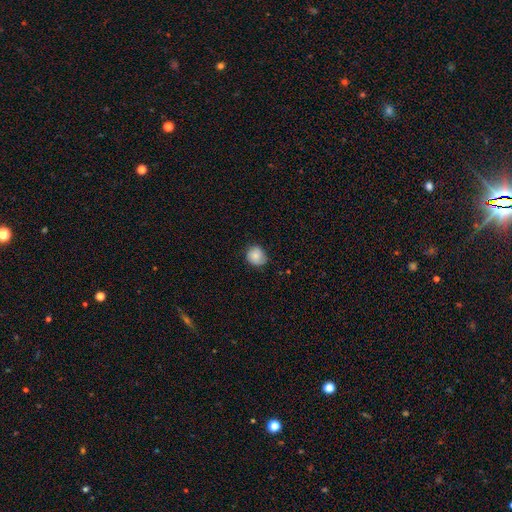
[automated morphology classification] smooth-or-featured: smooth: 78% | featured or disk: 14% | star or artifact: 8%
  how-rounded: round: 79% | in between: 20% | cigar-shaped: 1%
  merging: none: 76% | minor disturbance: 20% | major disturbance: 4% | merger: 1%